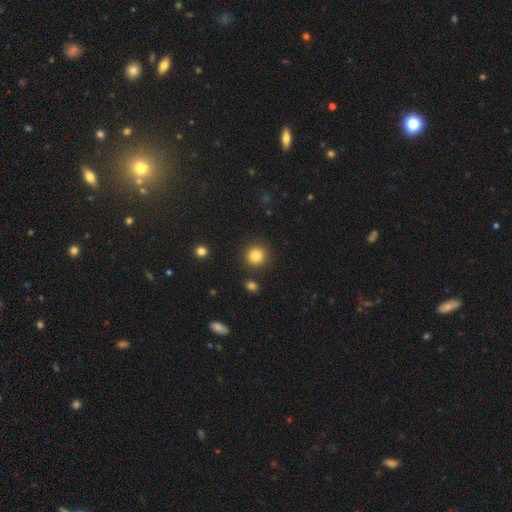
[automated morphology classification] A smooth galaxy with no disk features (84%) that is round (93%).

Vote fractions:
- Smooth or featured? smooth: 84% / star or artifact: 11% / featured or disk: 6%
- How rounded? round: 93% / in between: 6% / cigar-shaped: 1%
- Merging? none: 89% / minor disturbance: 6% / merger: 3% / major disturbance: 2%